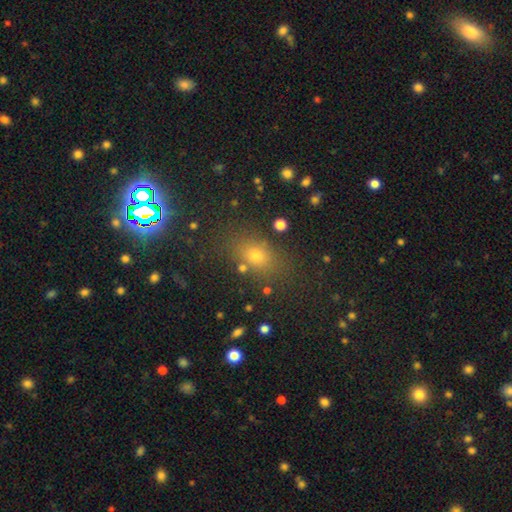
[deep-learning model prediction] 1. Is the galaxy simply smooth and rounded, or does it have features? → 65% smooth, 25% star or artifact, 10% featured or disk.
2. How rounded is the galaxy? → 66% in between, 29% round, 4% cigar-shaped.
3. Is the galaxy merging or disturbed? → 78% none, 12% minor disturbance, 5% major disturbance, 4% merger.